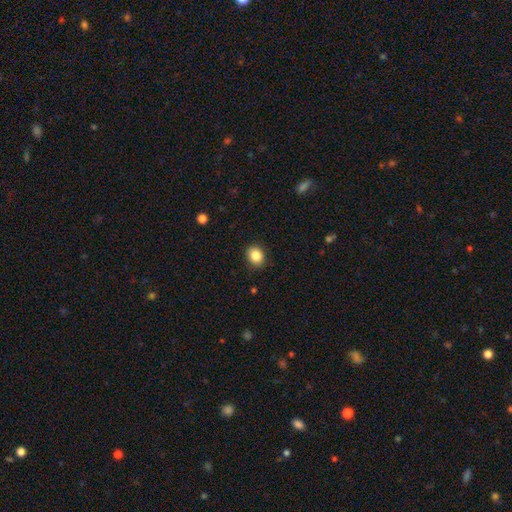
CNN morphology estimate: Smooth or featured? Predicted: smooth (p=0.86). How rounded? Predicted: in between (p=0.50). Merging? Predicted: none (p=0.88).